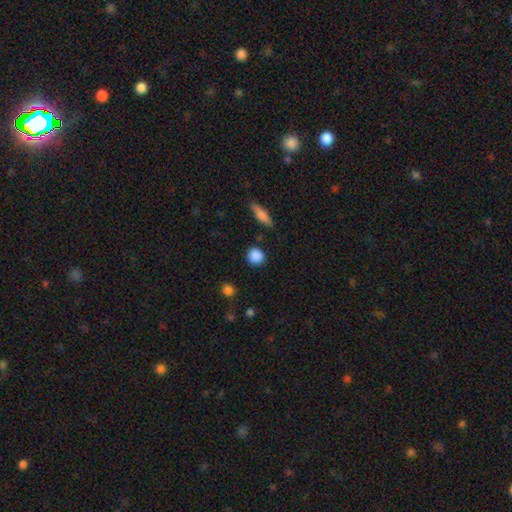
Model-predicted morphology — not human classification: The model was most divided on "how rounded": round: 87%, in between: 11%, cigar-shaped: 2%. More confident: smooth or featured — smooth (87%); merging — none (86%).